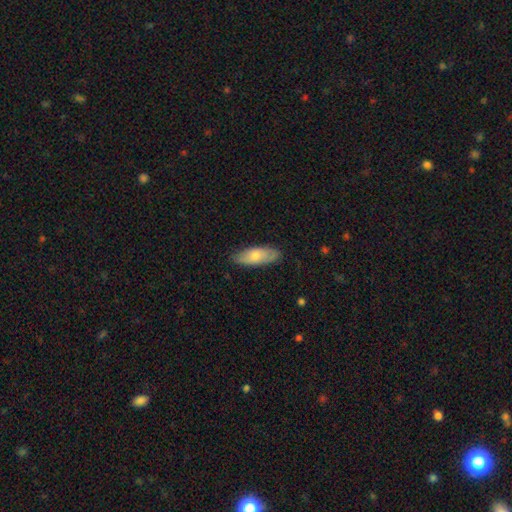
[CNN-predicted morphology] A smooth galaxy with no disk features (73%) that is in between round and cigar-shaped (71%). Merging: none (80%).